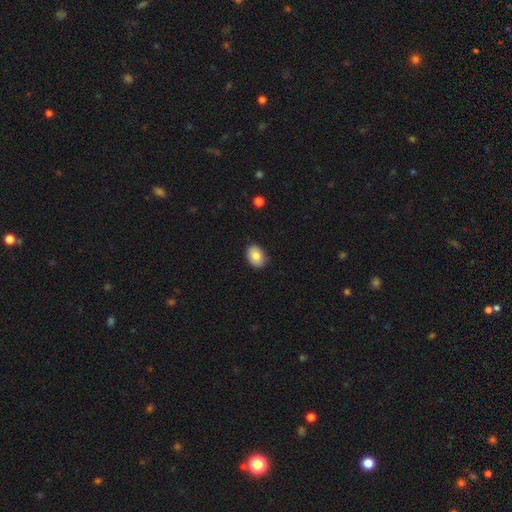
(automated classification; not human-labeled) A smooth galaxy with no disk features (82%) that is in between round and cigar-shaped (73%).

Vote fractions:
- Smooth or featured? smooth: 82% / featured or disk: 11% / star or artifact: 8%
- How rounded? in between: 73% / round: 26% / cigar-shaped: 1%
- Merging? none: 85% / minor disturbance: 12% / major disturbance: 2% / merger: 1%